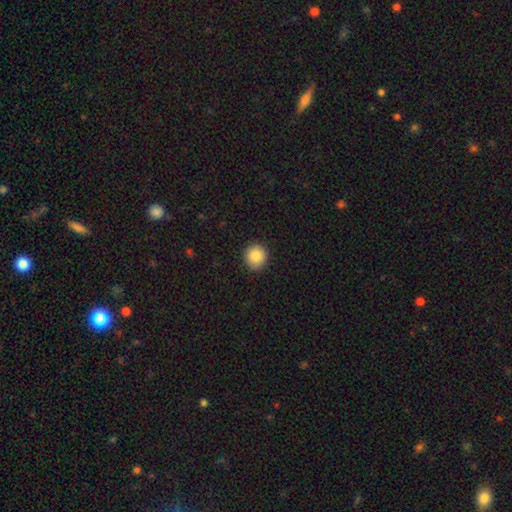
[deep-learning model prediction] Smooth or featured? Predicted: smooth (p=0.87). How rounded? Predicted: round (p=0.93). Merging? Predicted: none (p=0.90).